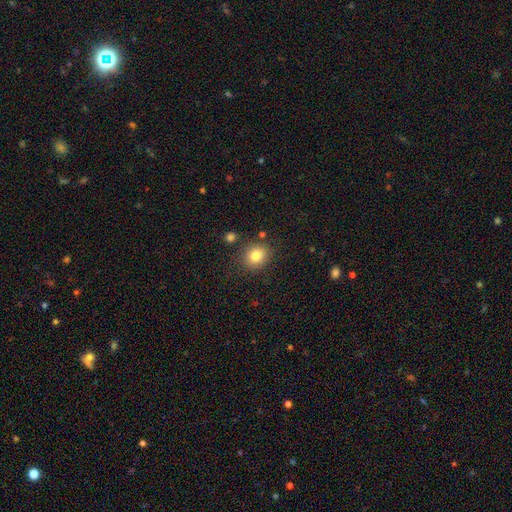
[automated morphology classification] smooth-or-featured: smooth: 83% | star or artifact: 10% | featured or disk: 7%
  how-rounded: round: 69% | in between: 30% | cigar-shaped: 1%
  merging: none: 83% | minor disturbance: 10% | merger: 4% | major disturbance: 3%